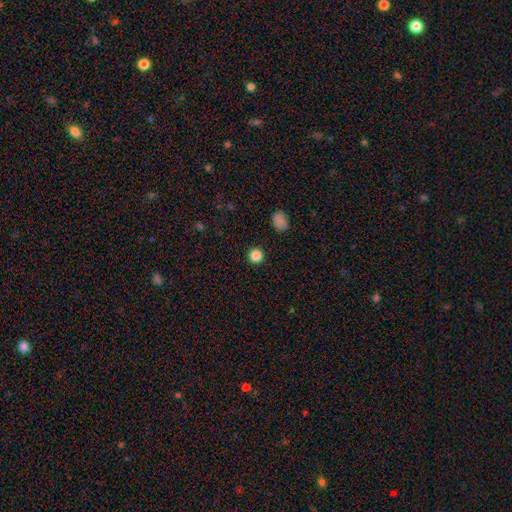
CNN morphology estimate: This appears to be a smooth galaxy with no disk features (85%) that is round (95%). Merging: none (93%).